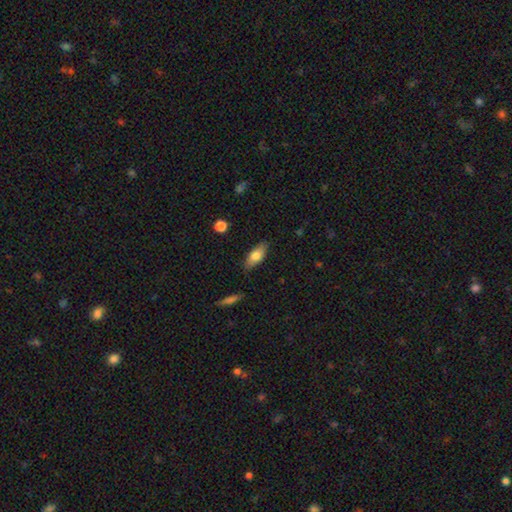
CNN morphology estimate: A smooth galaxy with no disk features (74%) that is in between round and cigar-shaped (78%).

Vote fractions:
- Smooth or featured? smooth: 74% / featured or disk: 19% / star or artifact: 7%
- How rounded? in between: 78% / cigar-shaped: 19% / round: 3%
- Merging? none: 84% / minor disturbance: 12% / major disturbance: 2% / merger: 2%